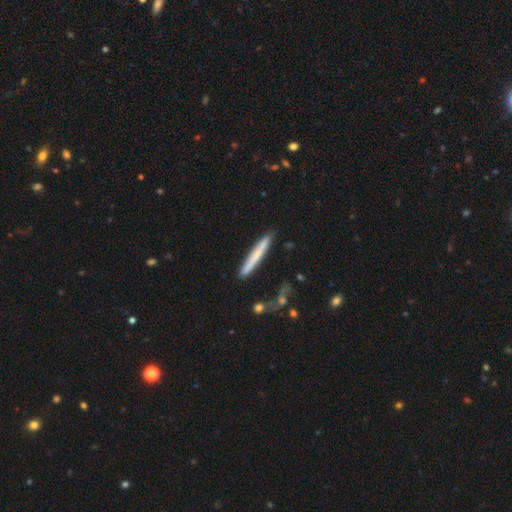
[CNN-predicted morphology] Smooth or featured? Predicted: smooth (p=0.62). How rounded? Predicted: cigar-shaped (p=0.96). Merging? Predicted: none (p=0.87).